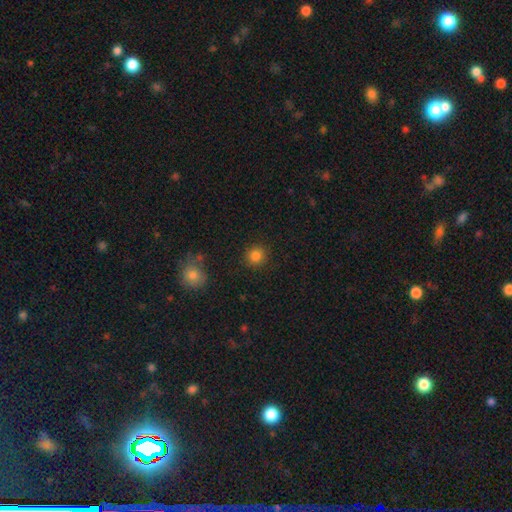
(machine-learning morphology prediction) A smooth galaxy with no disk features (84%) that is round (92%). Merging: none (89%).